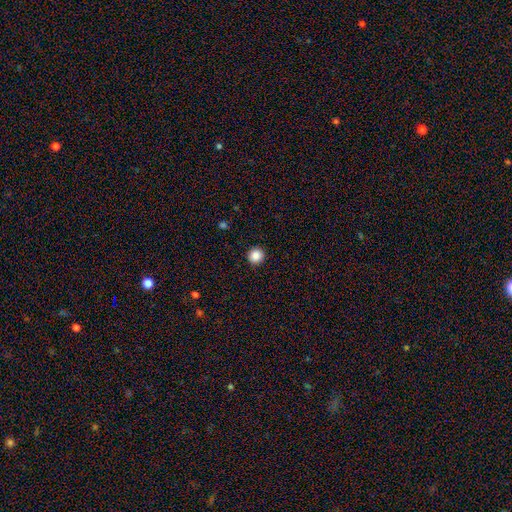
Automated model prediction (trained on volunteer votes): smooth-or-featured: smooth: 87% | star or artifact: 10% | featured or disk: 3%
  how-rounded: round: 95% | in between: 4% | cigar-shaped: 1%
  merging: none: 93% | minor disturbance: 4% | major disturbance: 2% | merger: 1%